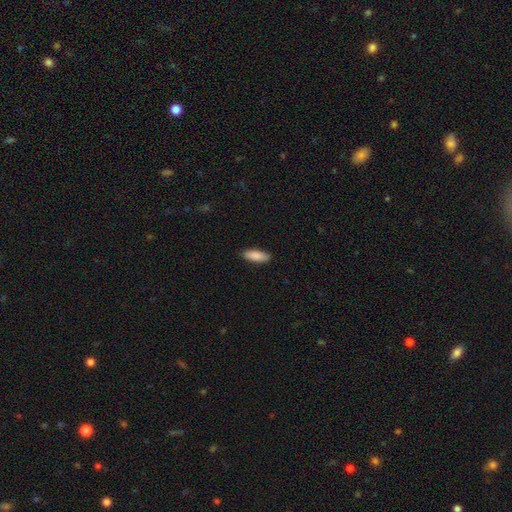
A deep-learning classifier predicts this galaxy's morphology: The model was most divided on "how rounded": in between: 63%, cigar-shaped: 35%, round: 2%. More confident: merging — none (89%); smooth or featured — smooth (89%).